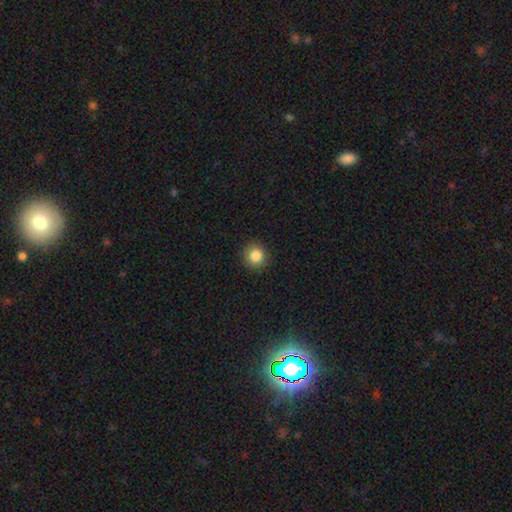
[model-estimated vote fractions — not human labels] Morphology: type=smooth (85%); roundness=round (90%); merging=none (90%).